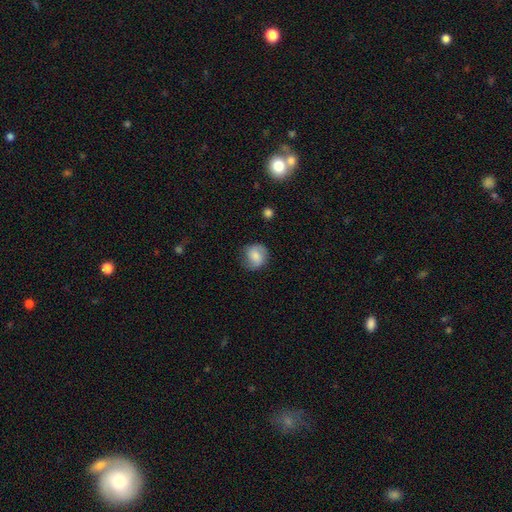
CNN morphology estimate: A smooth galaxy with no disk features (64%) that is round (79%).

Vote fractions:
- Smooth or featured? smooth: 64% / featured or disk: 28% / star or artifact: 8%
- How rounded? round: 79% / in between: 19% / cigar-shaped: 1%
- Merging? none: 73% / minor disturbance: 20% / major disturbance: 6% / merger: 2%